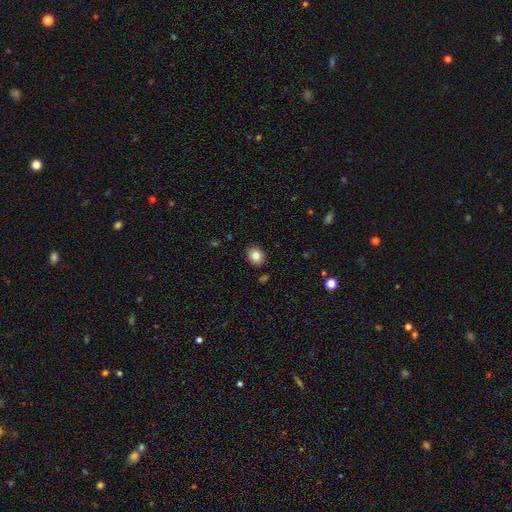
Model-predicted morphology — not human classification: smooth-or-featured: smooth: 84% | star or artifact: 9% | featured or disk: 8%
  how-rounded: round: 54% | in between: 45% | cigar-shaped: 1%
  merging: none: 89% | minor disturbance: 8% | major disturbance: 2% | merger: 2%